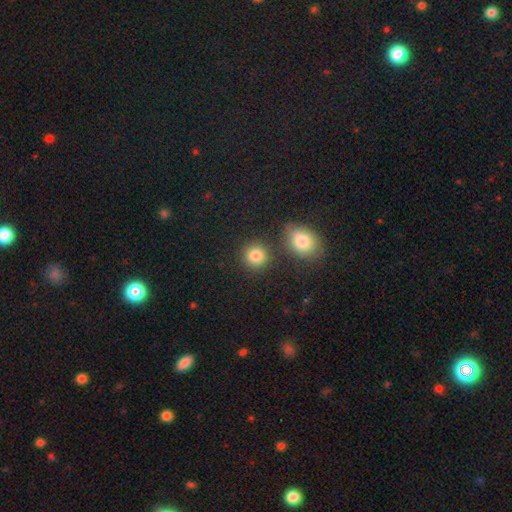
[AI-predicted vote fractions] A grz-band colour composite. It shows a smooth galaxy with no disk features (84%) that is round (86%). Merging: none (78%).